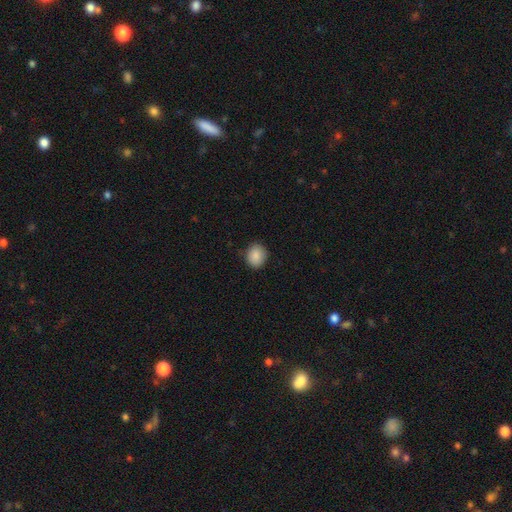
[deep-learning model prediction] A smooth galaxy with no disk features (88%) that is round (69%). Merging: none (86%).